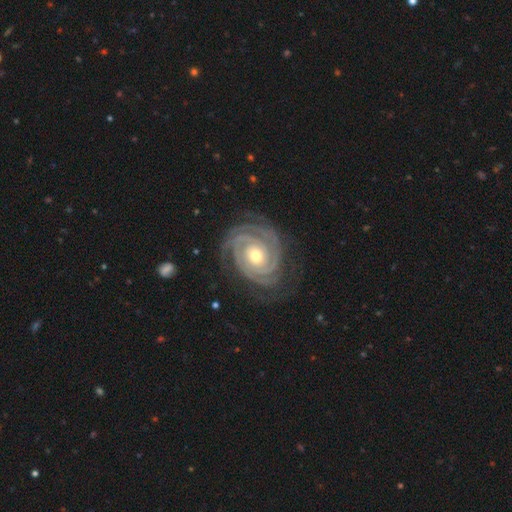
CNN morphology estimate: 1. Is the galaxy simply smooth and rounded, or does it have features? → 93% featured or disk, 4% star or artifact, 3% smooth.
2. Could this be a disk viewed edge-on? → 98% no, 2% yes.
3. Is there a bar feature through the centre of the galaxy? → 70% no, 19% weak, 11% strong.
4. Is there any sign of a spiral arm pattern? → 99% yes, 1% no.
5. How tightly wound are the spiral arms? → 87% tight, 12% medium, 2% loose.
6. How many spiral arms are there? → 34% 3, 30% 2, 12% 4, 10% can't tell, 7% more than 4, 6% 1.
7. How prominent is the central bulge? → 62% moderate, 33% small, 3% large, 1% none, 1% dominant.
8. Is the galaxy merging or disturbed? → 79% none, 15% minor disturbance, 5% major disturbance, 1% merger.